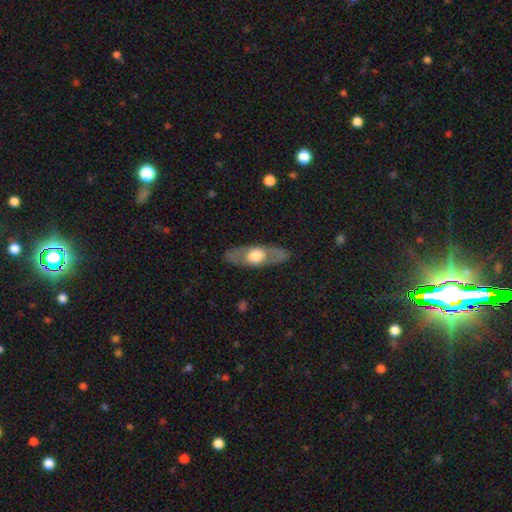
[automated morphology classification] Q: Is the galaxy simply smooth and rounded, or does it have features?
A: featured or disk — 55%.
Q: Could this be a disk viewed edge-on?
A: no — 57%.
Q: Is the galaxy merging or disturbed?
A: none — 83%.